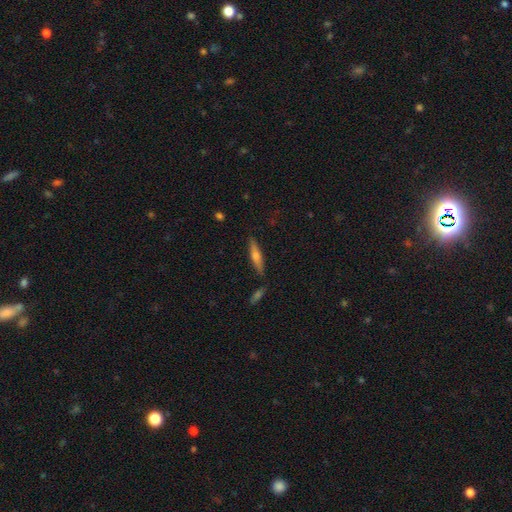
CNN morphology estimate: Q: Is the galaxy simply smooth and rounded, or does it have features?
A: smooth — 53%.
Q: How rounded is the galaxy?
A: cigar-shaped — 80%.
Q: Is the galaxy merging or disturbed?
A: none — 84%.